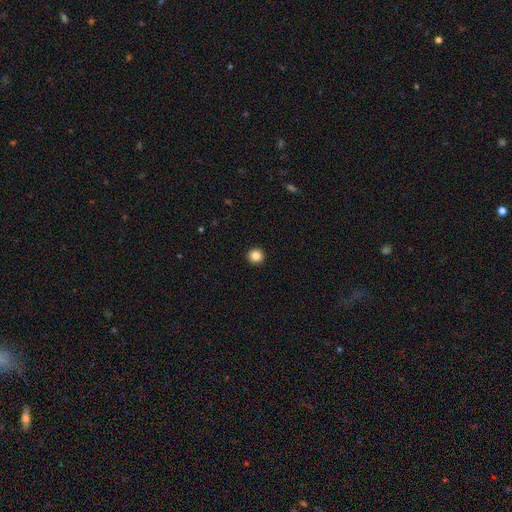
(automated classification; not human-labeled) This is clearly a smooth galaxy (85%). How rounded: clearly round (95%). Merging: clearly none (94%).